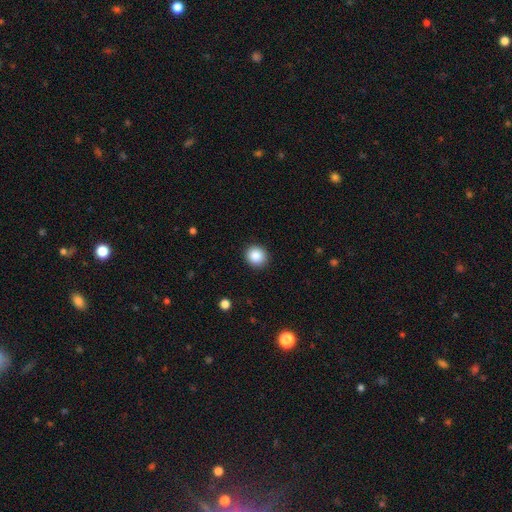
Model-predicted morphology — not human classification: smooth-or-featured: smooth: 87% | star or artifact: 9% | featured or disk: 4%
  how-rounded: round: 88% | in between: 11% | cigar-shaped: 1%
  merging: none: 91% | minor disturbance: 6% | major disturbance: 2% | merger: 1%